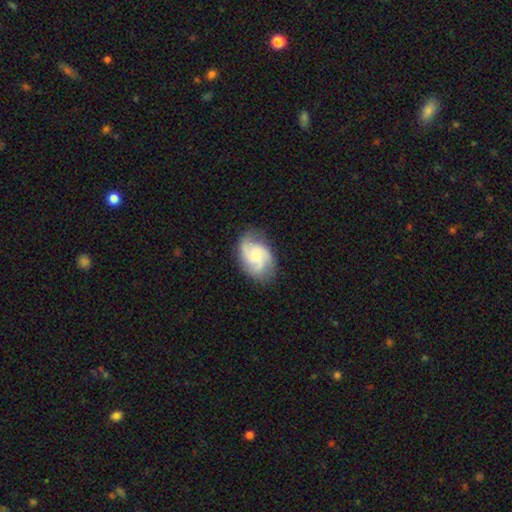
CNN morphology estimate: A featured or disk galaxy (74%) with no bar (67%), 3 (44%) medium (51%) spiral arms (95%) and a small central bulge (59%).

Vote fractions:
- Smooth or featured? featured or disk: 74% / smooth: 20% / star or artifact: 6%
- Edge-on disk? no: 98% / yes: 2%
- Bar? no: 67% / weak: 29% / strong: 4%
- Spiral arms? yes: 95% / no: 5%
- Spiral winding? medium: 51% / tight: 26% / loose: 23%
- Spiral arm count? 3: 44% / 2: 29% / can't tell: 12% / 4: 7% / 1: 4% / more than 4: 4%
- Bulge size? small: 59% / moderate: 33% / none: 4% / large: 3% / dominant: 1%
- Merging? none: 72% / minor disturbance: 19% / major disturbance: 7% / merger: 1%